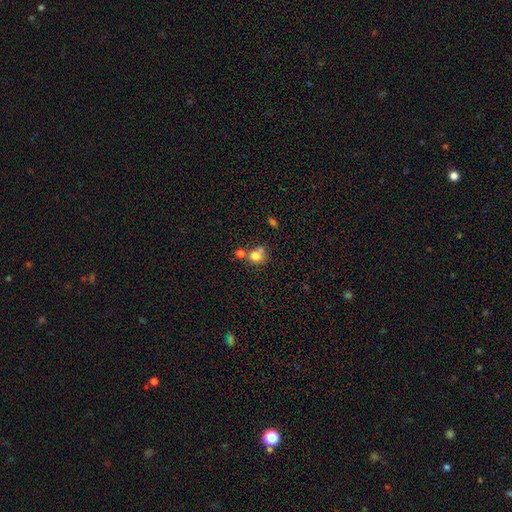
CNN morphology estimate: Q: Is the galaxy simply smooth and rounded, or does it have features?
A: smooth — 78%.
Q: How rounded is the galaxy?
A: round — 76%.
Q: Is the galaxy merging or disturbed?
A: none — 47%.